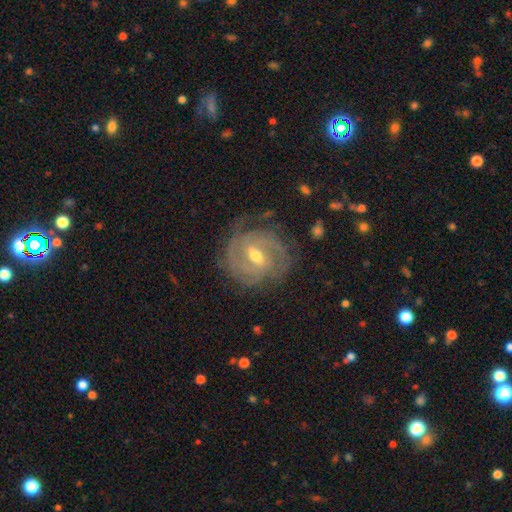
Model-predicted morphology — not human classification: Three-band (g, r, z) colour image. It shows a featured or disk galaxy (88%) with a weak bar (55%), 2 (35%) tight (64%) spiral arms (96%) and a moderate central bulge (64%). Merging: none (73%).